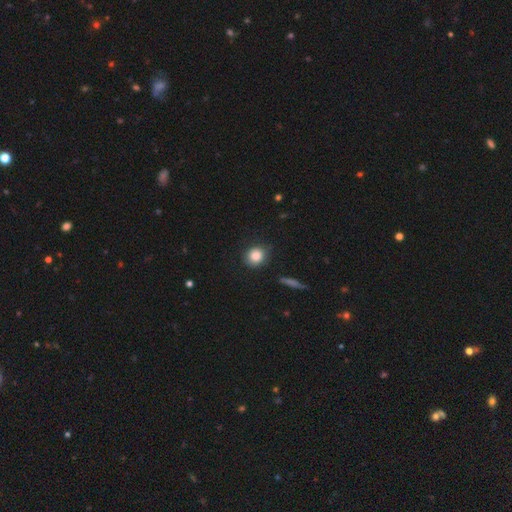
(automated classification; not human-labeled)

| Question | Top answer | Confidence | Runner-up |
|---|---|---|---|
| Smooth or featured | smooth | 85% | star or artifact (9%) |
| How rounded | round | 83% | in between (15%) |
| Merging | none | 83% | minor disturbance (12%) |